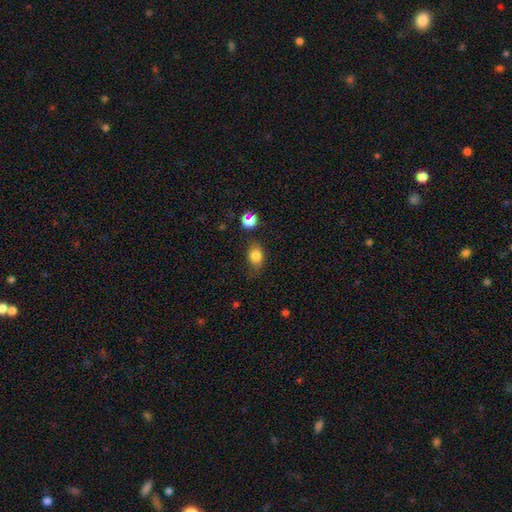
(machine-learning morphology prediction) smooth-or-featured: smooth: 82% | star or artifact: 11% | featured or disk: 7%
  how-rounded: in between: 66% | round: 32% | cigar-shaped: 1%
  merging: none: 71% | minor disturbance: 20% | major disturbance: 5% | merger: 3%